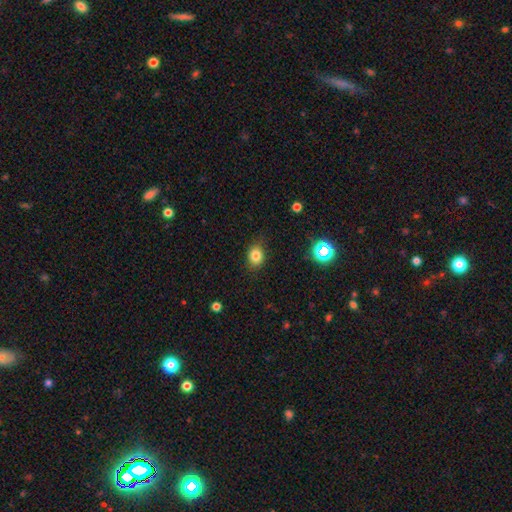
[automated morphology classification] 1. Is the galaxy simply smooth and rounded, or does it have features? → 80% smooth, 13% star or artifact, 7% featured or disk.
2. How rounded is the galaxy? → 50% round, 49% in between, 1% cigar-shaped.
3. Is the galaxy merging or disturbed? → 81% none, 14% minor disturbance, 3% major disturbance, 1% merger.